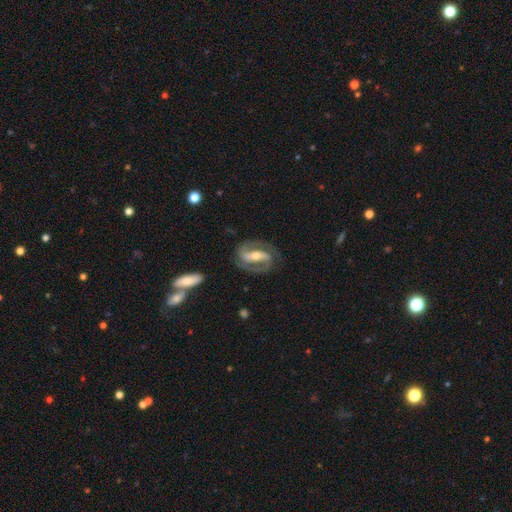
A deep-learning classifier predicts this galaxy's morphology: smooth_or_featured: featured or disk (p=0.89) [alt: smooth p=0.07]
disk_edge_on: no (p=0.95) [alt: yes p=0.05]
bar: strong (p=0.68) [alt: weak p=0.22]
has_spiral_arms: yes (p=0.95) [alt: no p=0.05]
spiral_winding: medium (p=0.50) [alt: tight p=0.36]
spiral_arm_count: 2 (p=0.92) [alt: can't tell p=0.03]
bulge_size: moderate (p=0.55) [alt: small p=0.39]
merging: none (p=0.82) [alt: minor disturbance p=0.11]